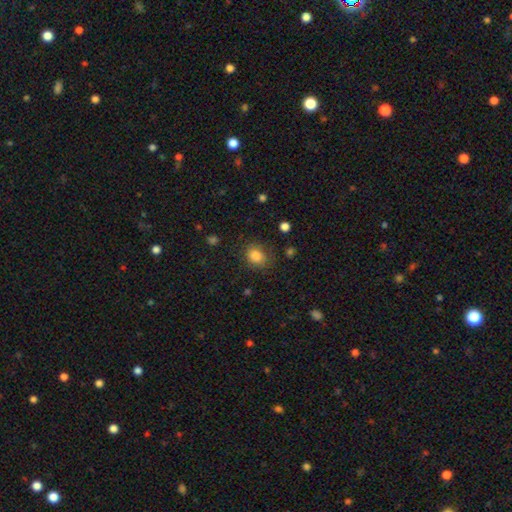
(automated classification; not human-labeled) A smooth galaxy with no disk features (85%) that is round (56%).

Vote fractions:
- Smooth or featured? smooth: 85% / star or artifact: 10% / featured or disk: 6%
- How rounded? round: 56% / in between: 43% / cigar-shaped: 1%
- Merging? none: 74% / minor disturbance: 17% / major disturbance: 7% / merger: 2%